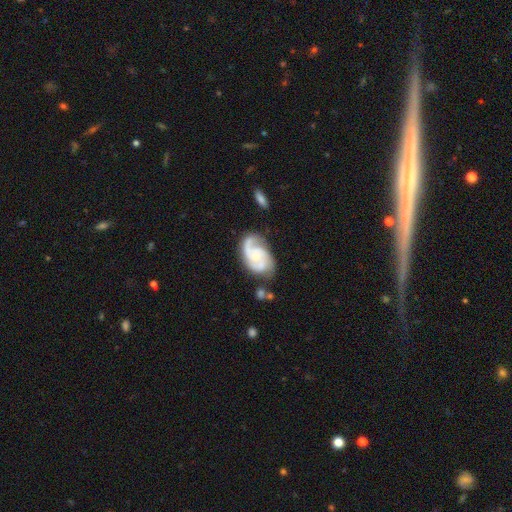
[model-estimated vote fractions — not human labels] A featured or disk galaxy (86%) with no bar (65%), 2 (53%) medium (48%) spiral arms (97%) and a small central bulge (57%). Merging: none (59%).